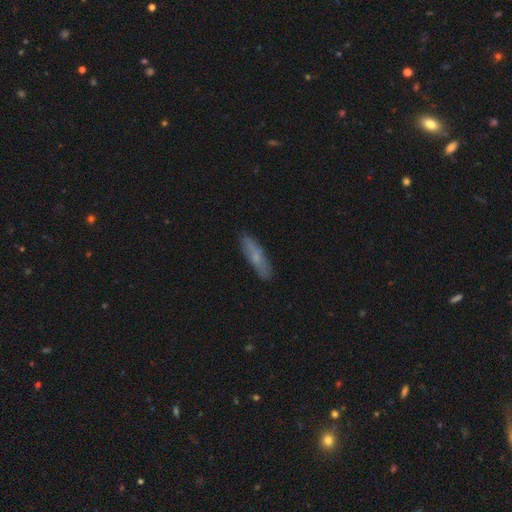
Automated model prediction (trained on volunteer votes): The model was most divided on "smooth or featured": smooth: 62%, featured or disk: 30%, star or artifact: 7%. More confident: merging — none (86%); how rounded — cigar-shaped (78%).